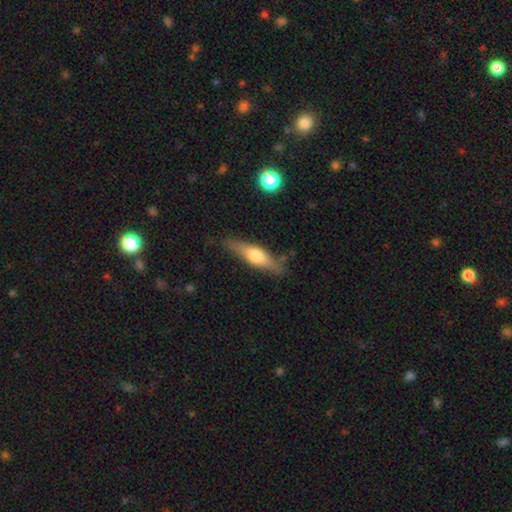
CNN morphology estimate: Smooth or featured: smooth — 51% (featured or disk — 44%)
How rounded: cigar-shaped — 67% (in between — 31%)
Merging: none — 79% (minor disturbance — 15%)